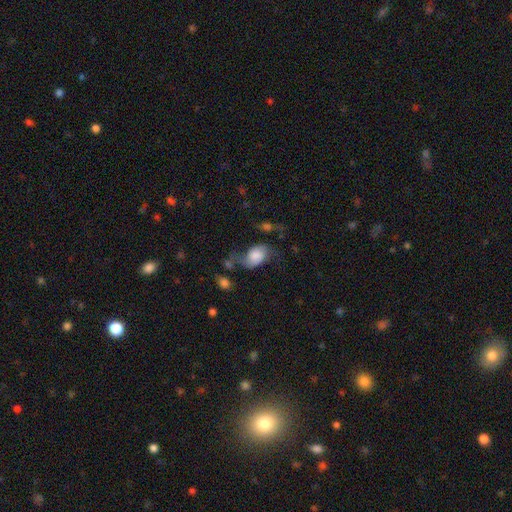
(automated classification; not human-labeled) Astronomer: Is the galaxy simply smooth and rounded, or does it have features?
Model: smooth — 51% (runner-up: featured or disk, 39%).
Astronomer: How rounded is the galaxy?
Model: in between — 78%.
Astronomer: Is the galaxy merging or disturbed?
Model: none — 38% (runner-up: major disturbance, 28%).